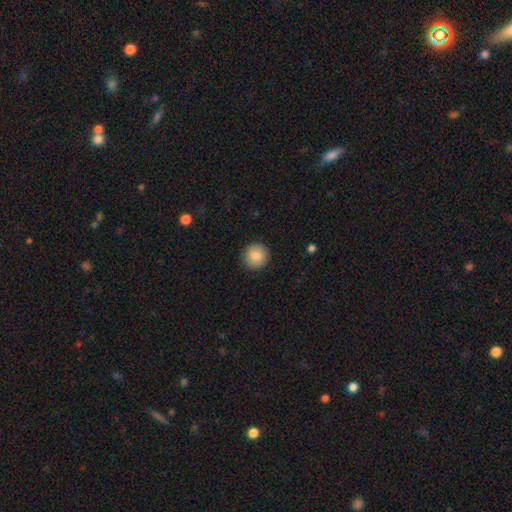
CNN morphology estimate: Overall: smooth (87%). How rounded: round (94%). Merging: none (92%).